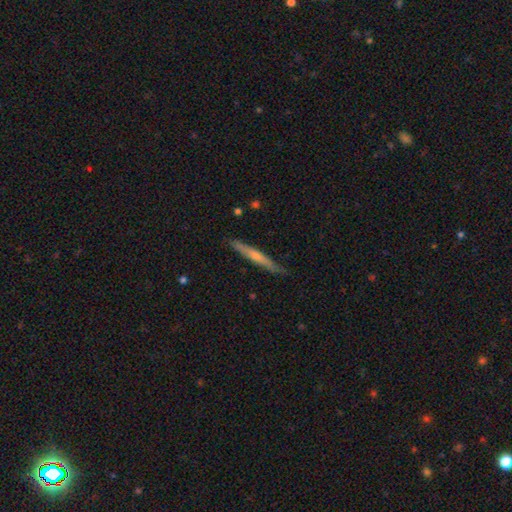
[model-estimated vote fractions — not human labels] A featured or disk galaxy (55%) viewed edge-on (95%) with a rounded central bulge (57%).

Vote fractions:
- Smooth or featured? featured or disk: 55% / smooth: 40% / star or artifact: 6%
- Edge-on disk? yes: 95% / no: 5%
- Edge-on bulge? rounded: 57% / none: 38% / boxy: 5%
- Merging? none: 87% / minor disturbance: 11% / major disturbance: 2% / merger: 1%